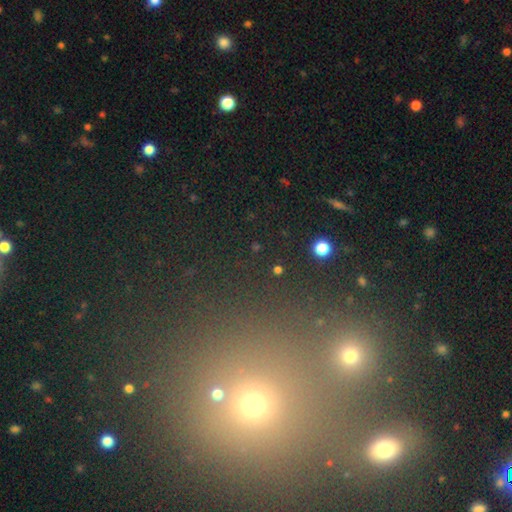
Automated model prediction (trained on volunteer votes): This is possibly a star or artifact rather than a galaxy (58%).